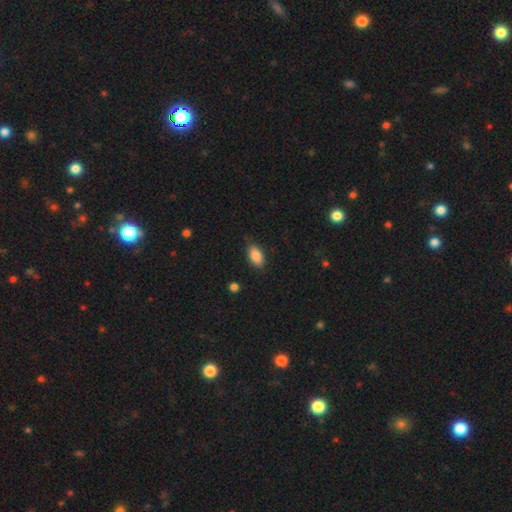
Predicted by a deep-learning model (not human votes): Q: Smooth or featured?
A: smooth (86%); runner-up: star or artifact (7%)
Q: How rounded?
A: in between (92%); runner-up: round (5%)
Q: Merging?
A: none (82%); runner-up: minor disturbance (14%)